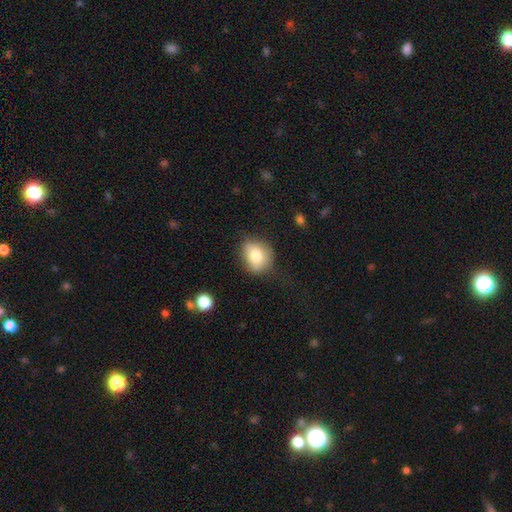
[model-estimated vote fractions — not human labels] Smooth or featured?
  - smooth: 77% *
  - featured or disk: 14%
  - star or artifact: 9%
How rounded?
  - round: 58% *
  - in between: 41%
  - cigar-shaped: 1%
Merging?
  - none: 66% *
  - minor disturbance: 25%
  - major disturbance: 7%
  - merger: 2%